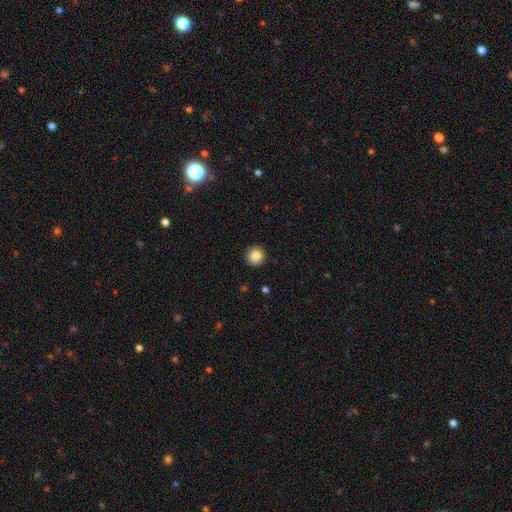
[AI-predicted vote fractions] smooth_or_featured: smooth (p=0.86) [alt: star or artifact p=0.09]
how_rounded: round (p=0.94) [alt: in between p=0.05]
merging: none (p=0.92) [alt: minor disturbance p=0.06]